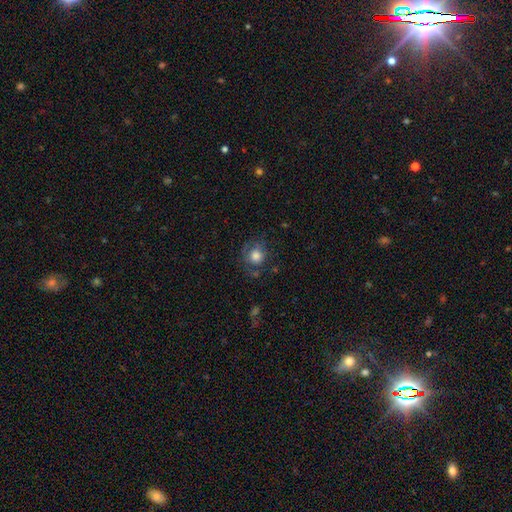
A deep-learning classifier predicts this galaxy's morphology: smooth 74%, featured or disk 16%, star or artifact 10%. Down the decision tree: how rounded — round (85%); merging — none (62%).